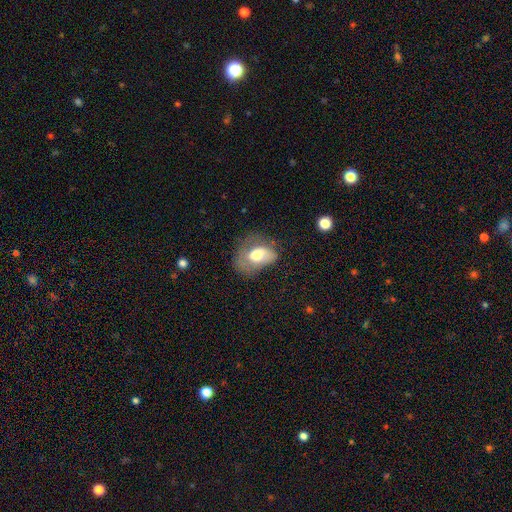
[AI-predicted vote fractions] Q: Smooth or featured?
A: smooth (61%); runner-up: featured or disk (31%)
Q: How rounded?
A: in between (82%); runner-up: round (17%)
Q: Merging?
A: major disturbance (38%); runner-up: minor disturbance (32%)